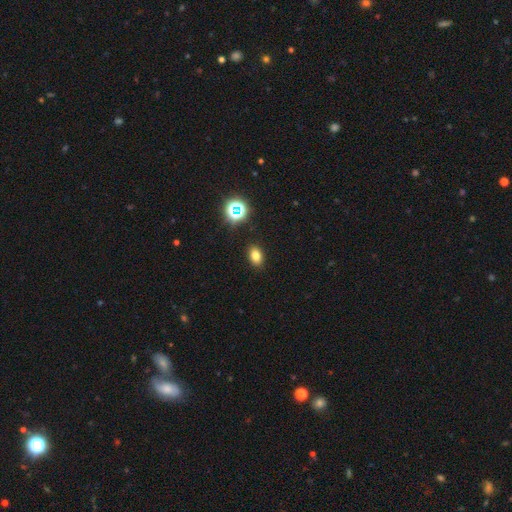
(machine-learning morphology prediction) Smooth or featured? smooth (76%)
How rounded? in between (82%)
Merging? none (89%)